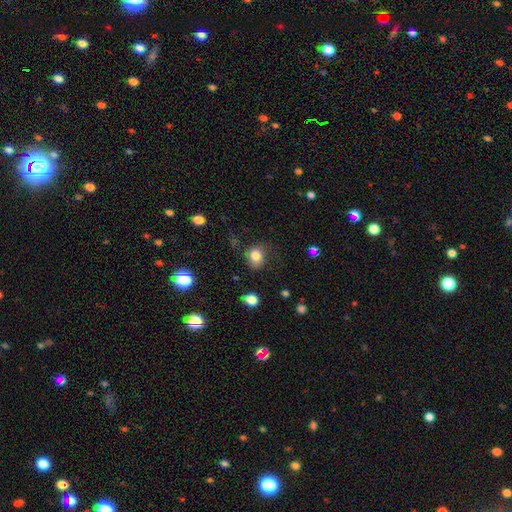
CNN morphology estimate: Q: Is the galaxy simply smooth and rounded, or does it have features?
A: smooth — 81%.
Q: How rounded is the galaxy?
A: round — 63%.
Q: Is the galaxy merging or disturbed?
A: none — 68%.